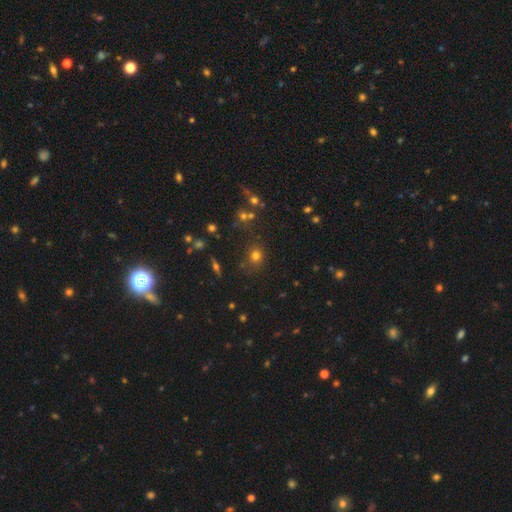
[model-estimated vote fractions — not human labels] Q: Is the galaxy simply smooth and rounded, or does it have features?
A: smooth — 71%.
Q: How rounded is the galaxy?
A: round — 79%.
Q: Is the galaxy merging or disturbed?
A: none — 77%.